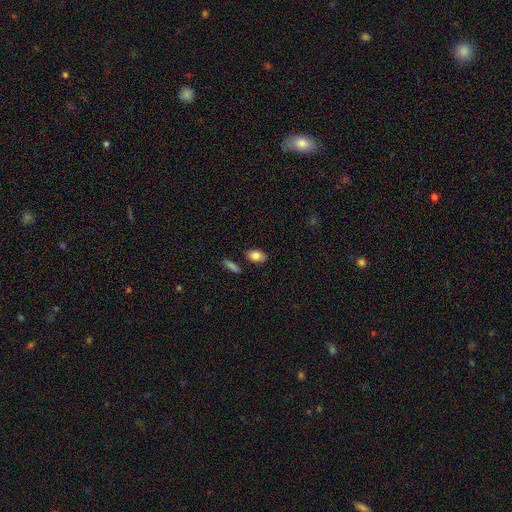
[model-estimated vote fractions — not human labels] A smooth galaxy with no disk features (84%) that is in between round and cigar-shaped (86%). Merging: none (83%).